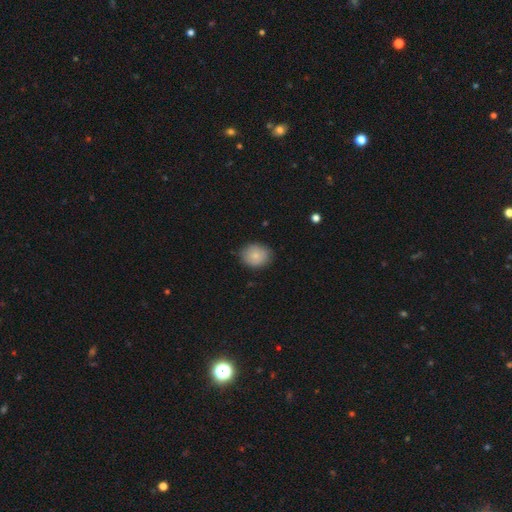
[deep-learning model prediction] Smooth or featured? smooth (82%)
How rounded? round (61%)
Merging? none (80%)